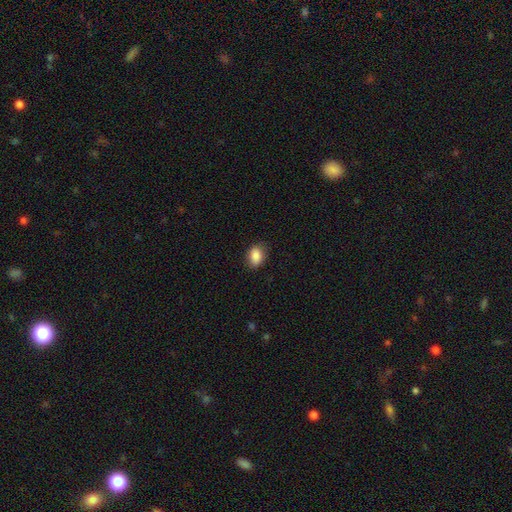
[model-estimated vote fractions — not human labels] Q: Smooth or featured?
A: smooth (87%); runner-up: star or artifact (8%)
Q: How rounded?
A: in between (79%); runner-up: round (19%)
Q: Merging?
A: none (83%); runner-up: minor disturbance (14%)